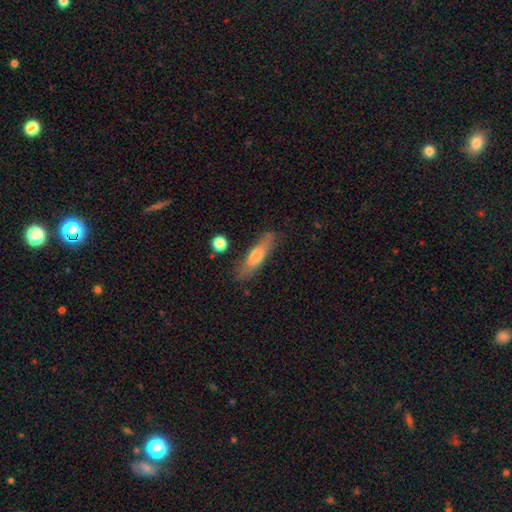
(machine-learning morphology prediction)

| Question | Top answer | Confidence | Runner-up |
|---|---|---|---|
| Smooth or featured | smooth | 62% | featured or disk (31%) |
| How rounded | cigar-shaped | 69% | in between (29%) |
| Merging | none | 79% | minor disturbance (15%) |